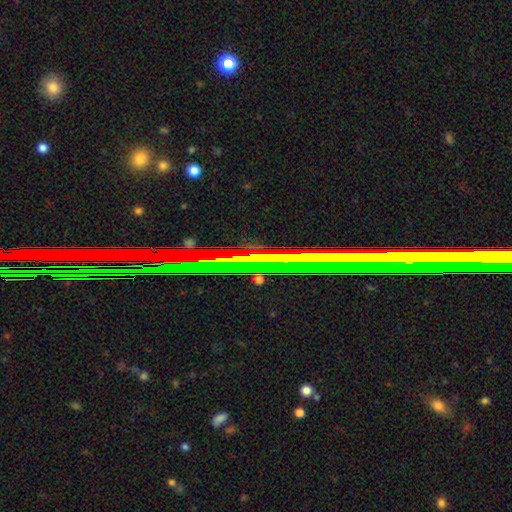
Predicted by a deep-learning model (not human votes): Smooth or featured? Predicted: star or artifact (p=0.70).